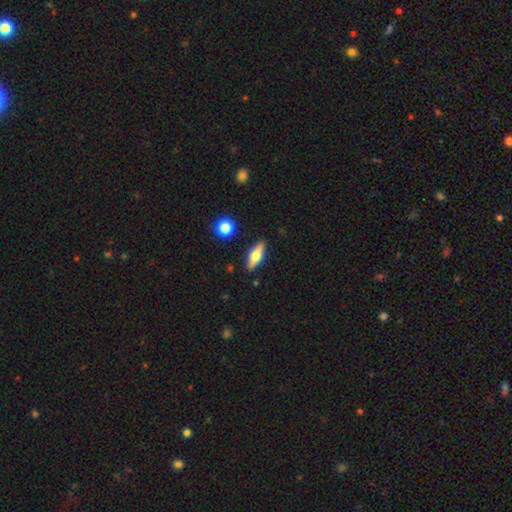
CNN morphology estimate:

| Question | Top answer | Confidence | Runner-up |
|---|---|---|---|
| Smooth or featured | smooth | 47% | featured or disk (46%) |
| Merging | none | 87% | minor disturbance (9%) |